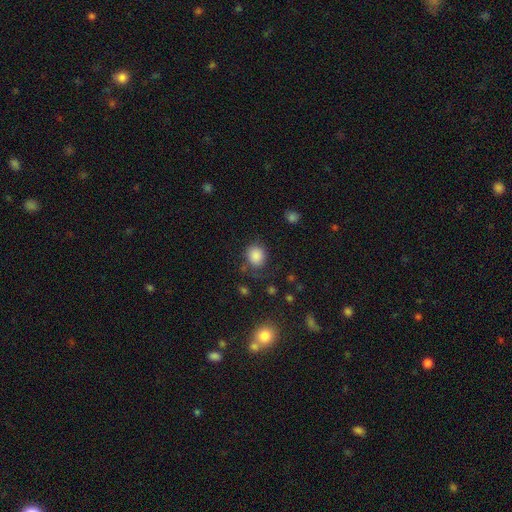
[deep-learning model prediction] Q: Smooth or featured?
A: smooth (85%); runner-up: star or artifact (9%)
Q: How rounded?
A: round (72%); runner-up: in between (27%)
Q: Merging?
A: none (71%); runner-up: minor disturbance (18%)